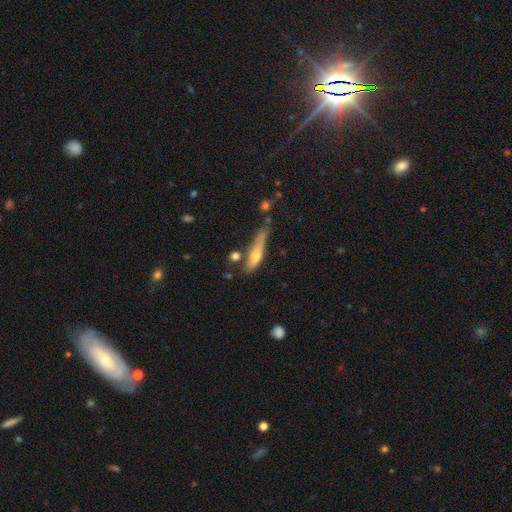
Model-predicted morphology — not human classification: Smooth or featured? Predicted: smooth (p=0.51). How rounded? Predicted: cigar-shaped (p=0.82). Merging? Predicted: none (p=0.51).